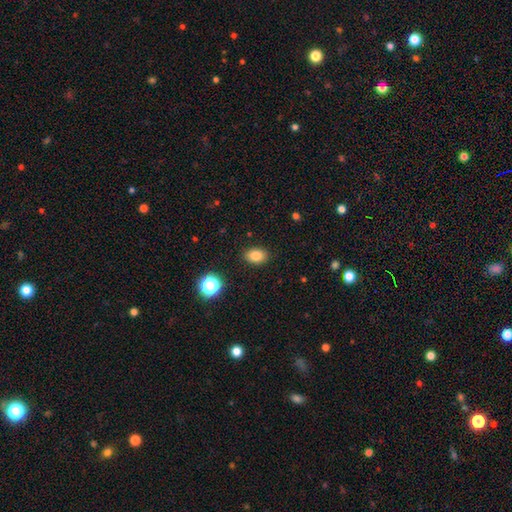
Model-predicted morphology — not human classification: smooth-or-featured: smooth: 83% | star or artifact: 11% | featured or disk: 6%
  how-rounded: in between: 79% | round: 20% | cigar-shaped: 1%
  merging: none: 88% | minor disturbance: 8% | major disturbance: 2% | merger: 1%